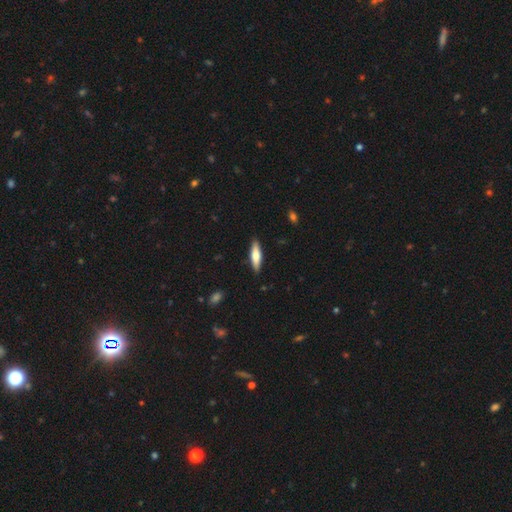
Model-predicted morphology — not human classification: Overall: smooth (56%; featured or disk 38%). How rounded: cigar-shaped (67%; in between 31%). Merging: none (89%).